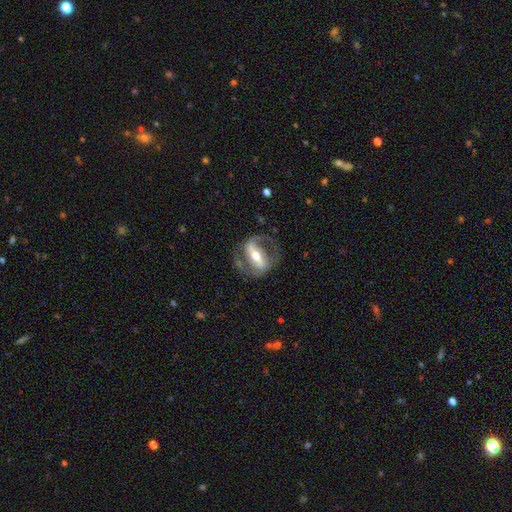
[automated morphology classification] Smooth or featured? Predicted: featured or disk (p=0.86). Edge-on disk? Predicted: no (p=0.94). Bar? Predicted: strong (p=0.70). Spiral arms? Predicted: yes (p=0.88). Spiral winding? Predicted: medium (p=0.52). Spiral arm count? Predicted: 2 (p=0.87). Bulge size? Predicted: moderate (p=0.67). Merging? Predicted: none (p=0.70).